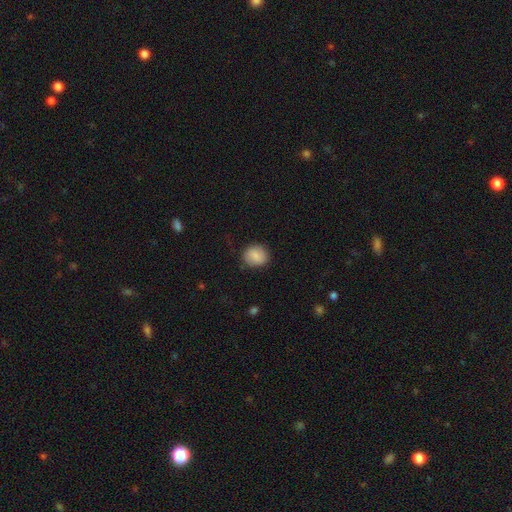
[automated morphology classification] smooth_or_featured: smooth (p=0.85) [alt: featured or disk p=0.08]
how_rounded: round (p=0.76) [alt: in between p=0.23]
merging: none (p=0.84) [alt: minor disturbance p=0.12]